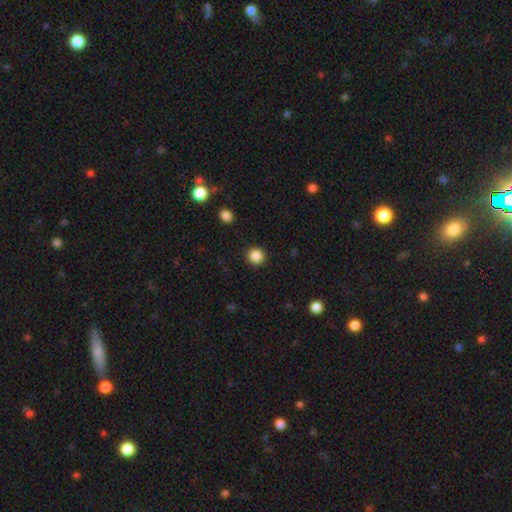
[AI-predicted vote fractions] Smooth or featured?
  - smooth: 86% *
  - star or artifact: 11%
  - featured or disk: 3%
How rounded?
  - round: 94% *
  - in between: 5%
  - cigar-shaped: 1%
Merging?
  - none: 91% *
  - minor disturbance: 5%
  - major disturbance: 2%
  - merger: 1%